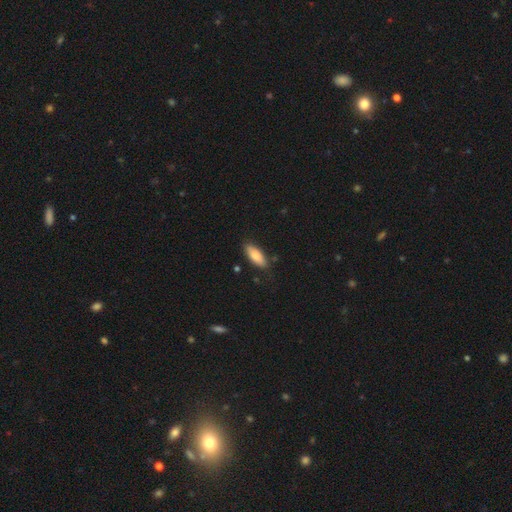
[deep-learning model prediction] Smooth or featured? smooth (83%)
How rounded? in between (75%)
Merging? none (82%)